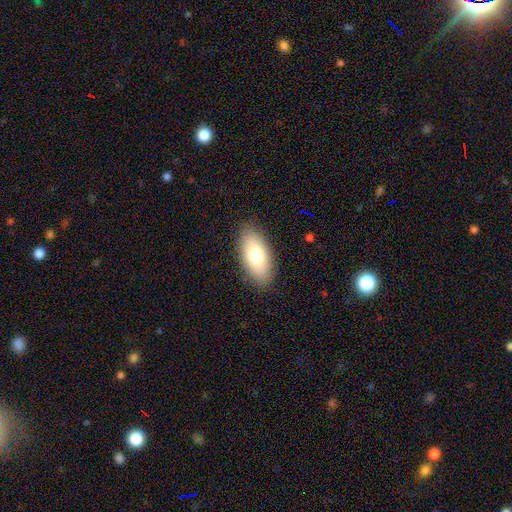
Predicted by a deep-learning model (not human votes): A smooth galaxy with no disk features (74%) that is in between round and cigar-shaped (89%). Merging: none (87%).